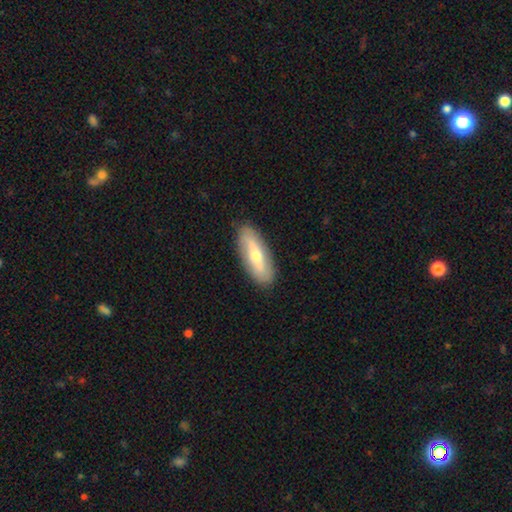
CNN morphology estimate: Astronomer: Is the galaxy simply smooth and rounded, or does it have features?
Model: smooth — 49% (runner-up: featured or disk, 45%).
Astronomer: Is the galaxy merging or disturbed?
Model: none — 87%.